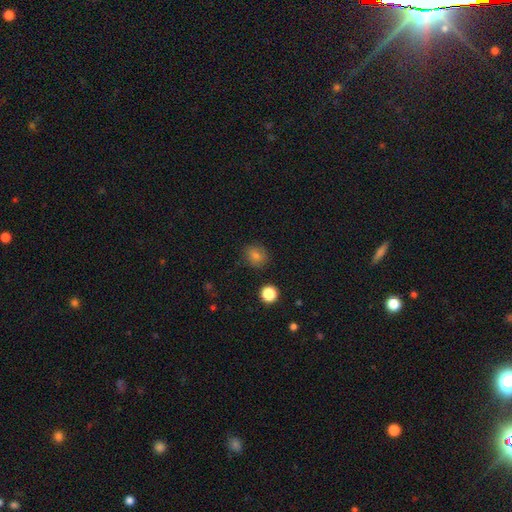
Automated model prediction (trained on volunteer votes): Q: Smooth or featured?
A: smooth (74%); runner-up: star or artifact (17%)
Q: How rounded?
A: round (77%); runner-up: in between (22%)
Q: Merging?
A: none (85%); runner-up: minor disturbance (11%)